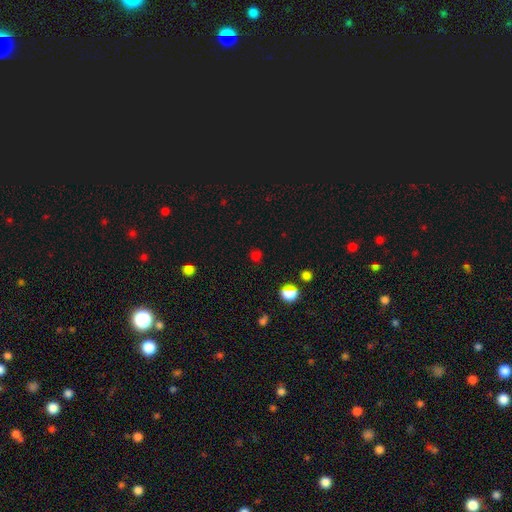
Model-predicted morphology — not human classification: Overall: smooth (56%; star or artifact 39%). How rounded: round (85%). Merging: none (81%).